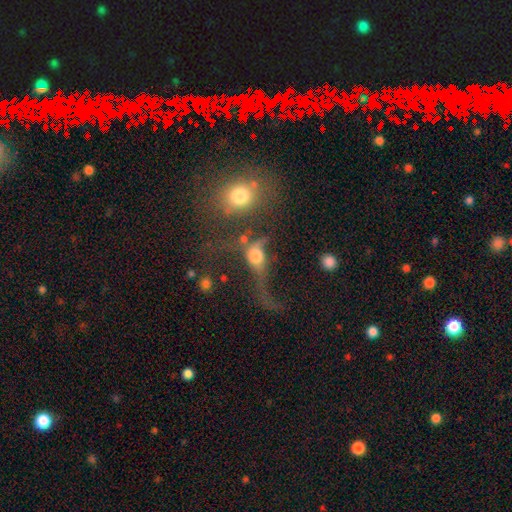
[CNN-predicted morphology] Smooth or featured?
  - smooth: 49% *
  - featured or disk: 34%
  - star or artifact: 16%
Merging?
  - major disturbance: 40% *
  - merger: 31%
  - none: 18%
  - minor disturbance: 11%